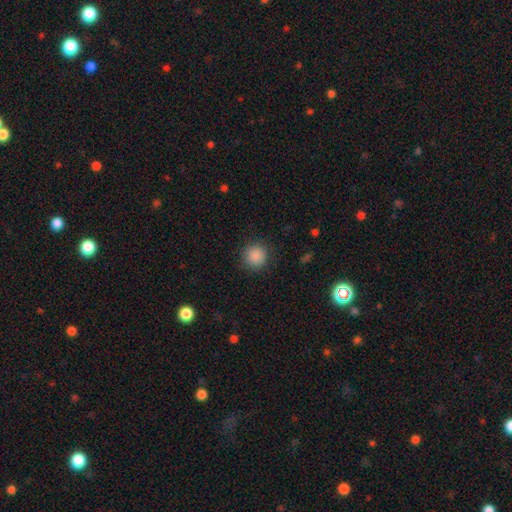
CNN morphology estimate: type=smooth (87%); roundness=round (94%); merging=none (89%).